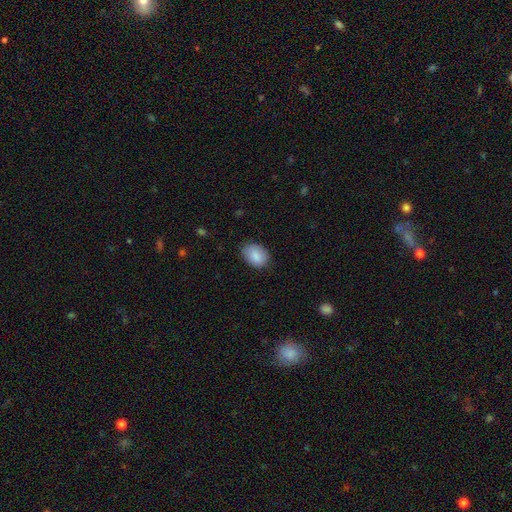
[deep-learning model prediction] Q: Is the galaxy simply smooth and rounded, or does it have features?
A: smooth — 88%.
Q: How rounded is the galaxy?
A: in between — 72%.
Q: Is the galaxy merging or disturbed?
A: none — 79%.